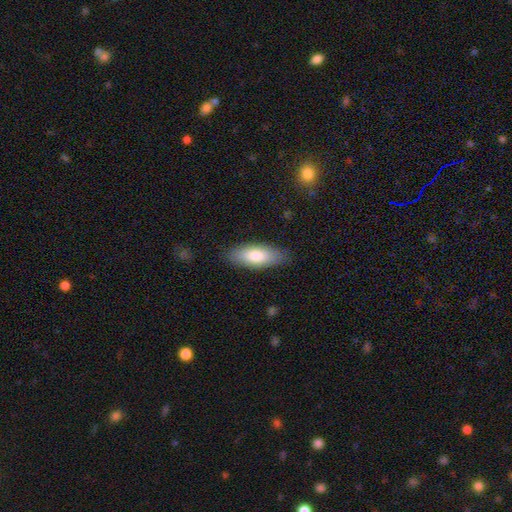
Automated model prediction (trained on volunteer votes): The model was most divided on "how rounded": in between: 71%, cigar-shaped: 27%, round: 2%. More confident: merging — none (85%); smooth or featured — smooth (77%).